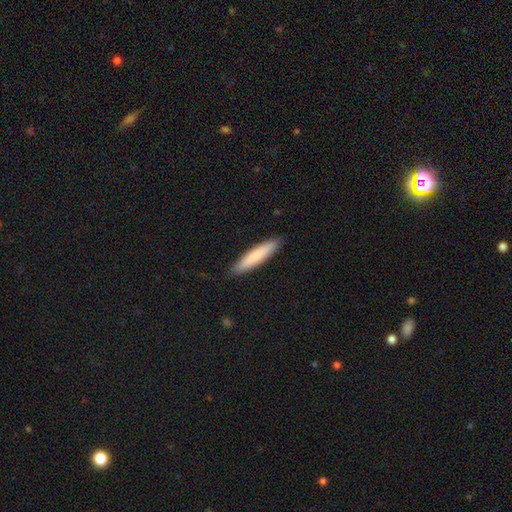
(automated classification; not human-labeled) A smooth galaxy with no disk features (82%) that is cigar-shaped (87%).

Vote fractions:
- Smooth or featured? smooth: 82% / featured or disk: 13% / star or artifact: 5%
- How rounded? cigar-shaped: 87% / in between: 12% / round: 1%
- Merging? none: 90% / minor disturbance: 8% / major disturbance: 1% / merger: 1%